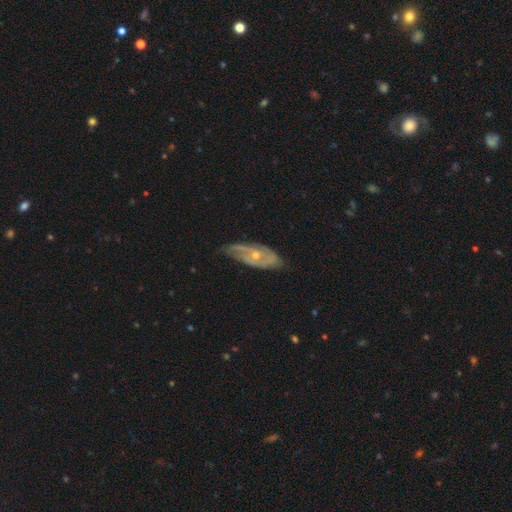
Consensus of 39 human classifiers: Morphology: type=featured or disk (87%); edge-on=no (88%); bar=no (87%); spiral arms=yes (87%); winding=tight (42%); arm count=2 (54%); bulge=small (50%); merging=none (75%).